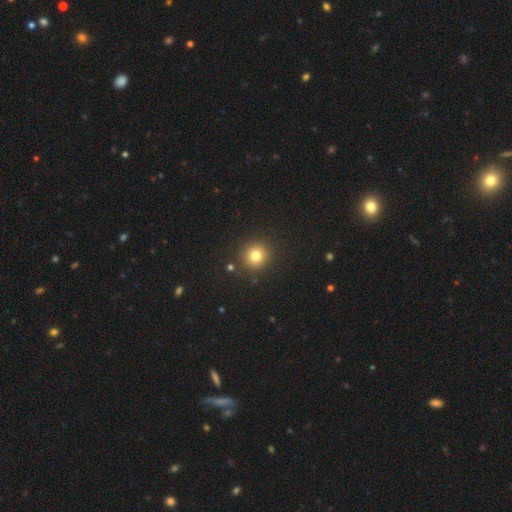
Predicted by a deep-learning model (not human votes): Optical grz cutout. It shows a smooth galaxy with no disk features (80%) that is round (92%). Merging: none (90%).